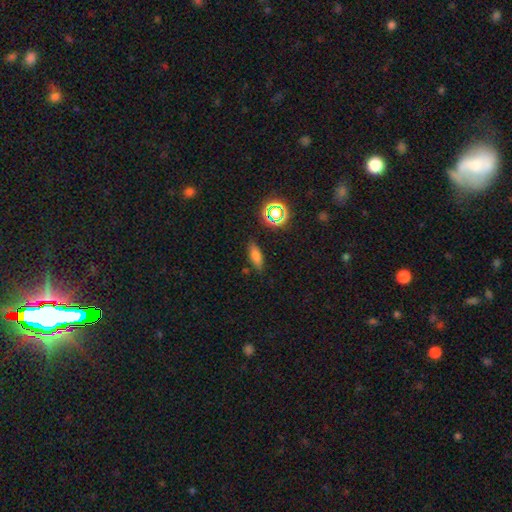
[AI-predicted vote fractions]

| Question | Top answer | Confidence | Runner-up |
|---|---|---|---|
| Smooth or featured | smooth | 72% | star or artifact (15%) |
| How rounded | in between | 60% | cigar-shaped (34%) |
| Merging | none | 82% | minor disturbance (12%) |